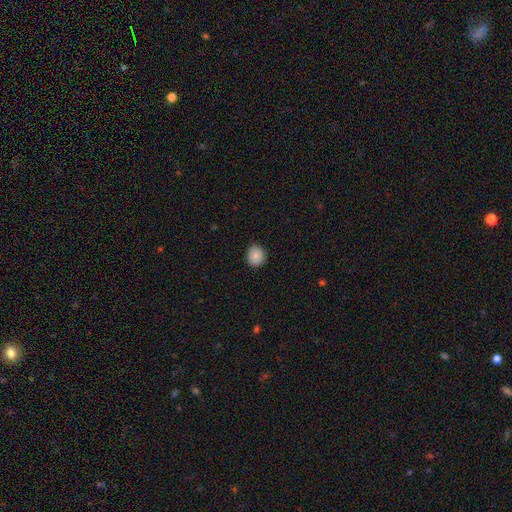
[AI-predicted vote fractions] Smooth or featured: smooth — 84% (star or artifact — 9%)
How rounded: round — 83% (in between — 16%)
Merging: none — 88% (minor disturbance — 9%)